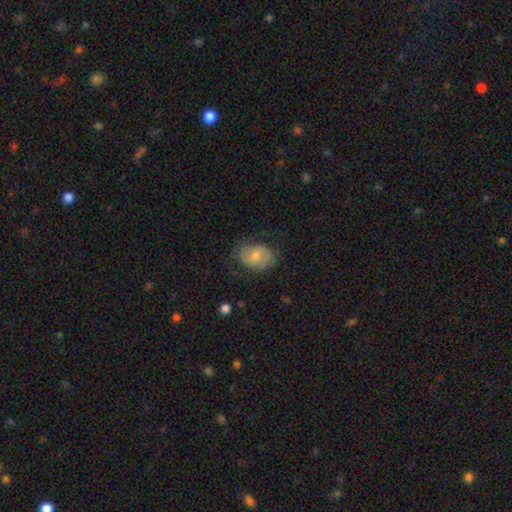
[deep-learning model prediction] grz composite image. It shows a smooth galaxy with no disk features (48%). Merging: none (68%).